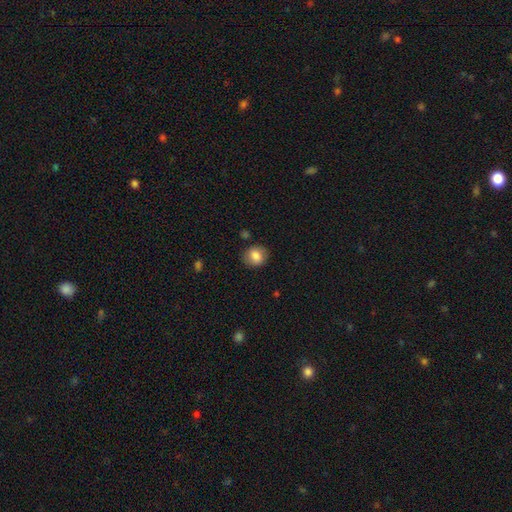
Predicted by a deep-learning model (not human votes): smooth-or-featured: smooth: 83% | featured or disk: 9% | star or artifact: 8%
  how-rounded: round: 70% | in between: 29% | cigar-shaped: 1%
  merging: none: 83% | minor disturbance: 12% | major disturbance: 3% | merger: 2%